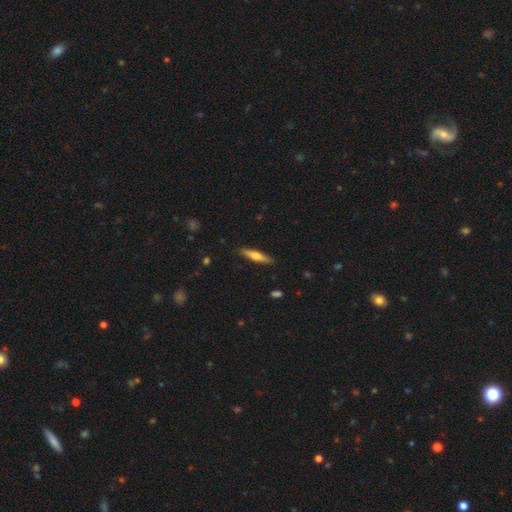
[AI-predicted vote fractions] smooth 50%, featured or disk 44%, star or artifact 6%. Down the decision tree: merging — none (89%).